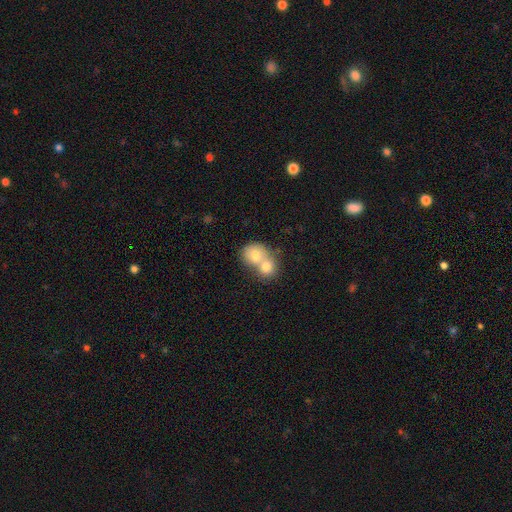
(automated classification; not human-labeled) smooth-or-featured: smooth: 72% | featured or disk: 20% | star or artifact: 8%
  how-rounded: round: 69% | in between: 30% | cigar-shaped: 1%
  merging: merger: 71% | none: 22% | minor disturbance: 5% | major disturbance: 2%